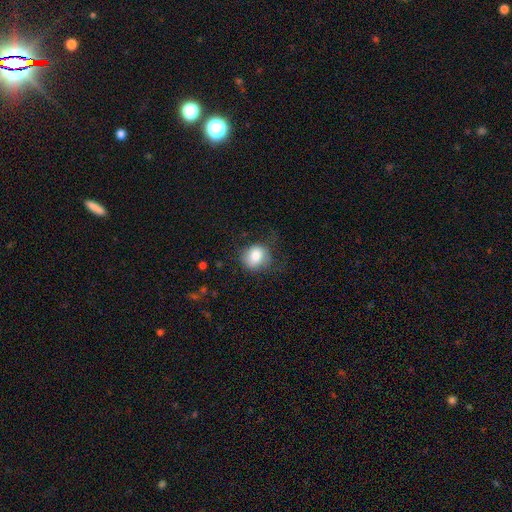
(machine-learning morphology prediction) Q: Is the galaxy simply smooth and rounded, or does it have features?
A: smooth — 82%.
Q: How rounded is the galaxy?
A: round — 73%.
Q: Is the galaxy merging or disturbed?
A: none — 67%.